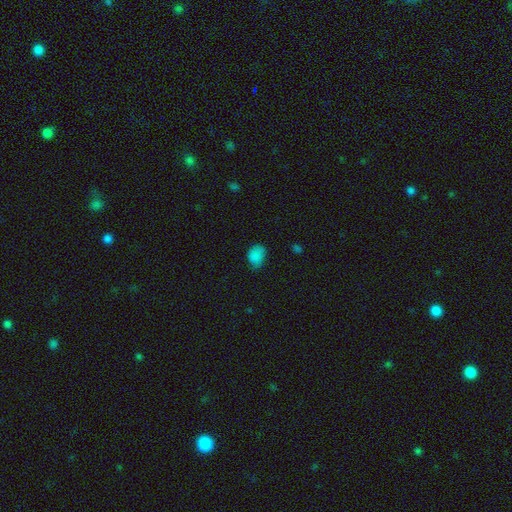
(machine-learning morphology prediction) Smooth or featured?
  - smooth: 84% *
  - star or artifact: 11%
  - featured or disk: 6%
How rounded?
  - in between: 65% *
  - round: 34%
  - cigar-shaped: 1%
Merging?
  - none: 57% *
  - minor disturbance: 34%
  - major disturbance: 7%
  - merger: 2%